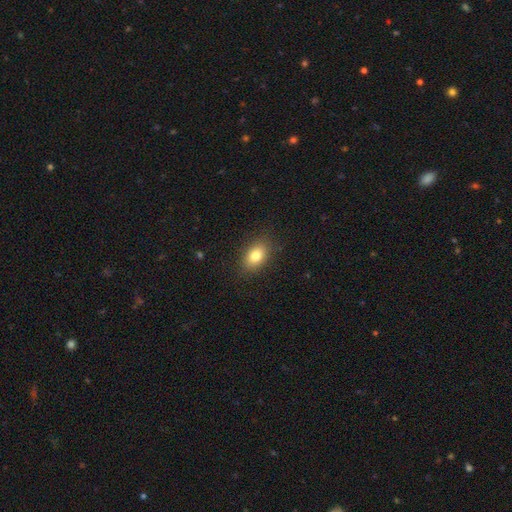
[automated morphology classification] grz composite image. It shows a smooth galaxy with no disk features (80%) that is in between round and cigar-shaped (83%). Merging: none (86%).